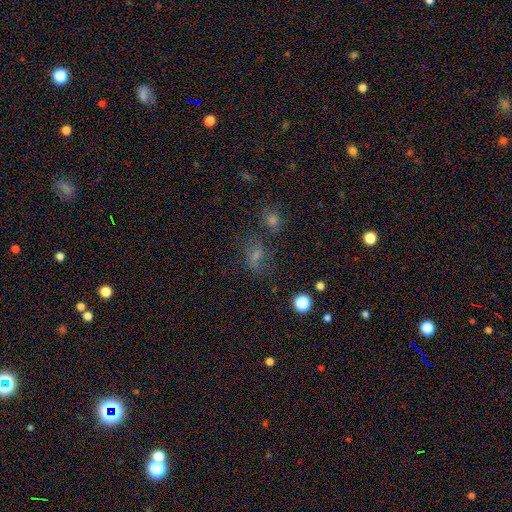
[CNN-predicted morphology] This is possibly a smooth galaxy (55%). How rounded: likely in between (63%). Merging: possibly none (57%).